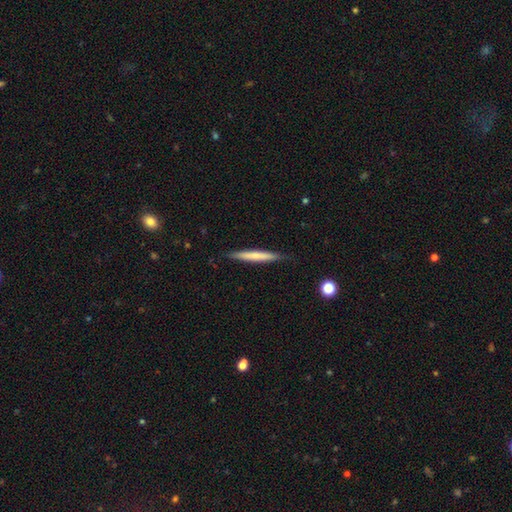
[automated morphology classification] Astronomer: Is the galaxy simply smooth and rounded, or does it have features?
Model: smooth — 62%.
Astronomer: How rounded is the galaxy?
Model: cigar-shaped — 96%.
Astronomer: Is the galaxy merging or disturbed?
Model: none — 86%.